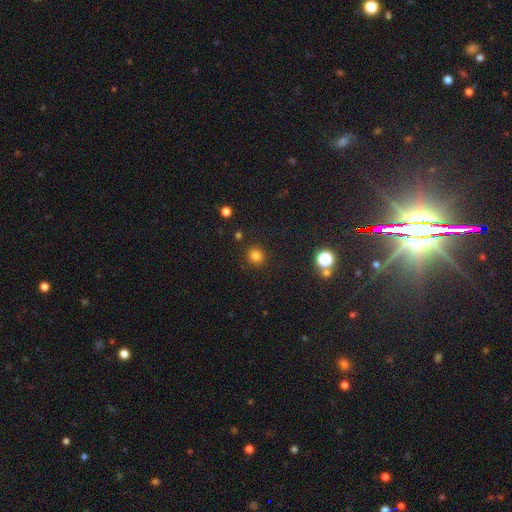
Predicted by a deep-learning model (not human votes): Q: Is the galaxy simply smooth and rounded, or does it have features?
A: smooth — 80%.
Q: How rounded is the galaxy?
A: round — 89%.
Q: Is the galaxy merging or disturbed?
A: none — 89%.